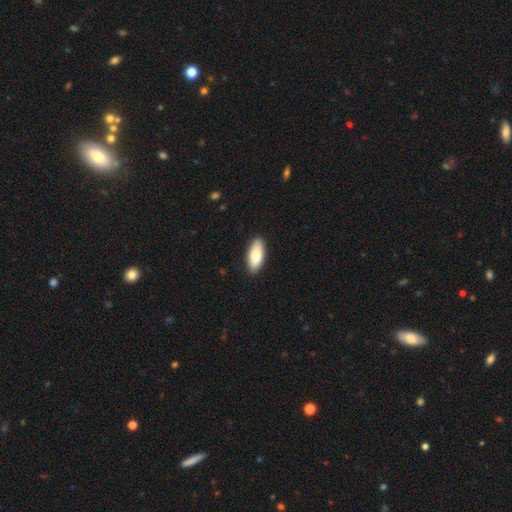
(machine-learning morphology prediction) Smooth or featured?
  - smooth: 80% *
  - featured or disk: 15%
  - star or artifact: 5%
How rounded?
  - in between: 81% *
  - cigar-shaped: 17%
  - round: 2%
Merging?
  - none: 90% *
  - minor disturbance: 8%
  - major disturbance: 2%
  - merger: 1%